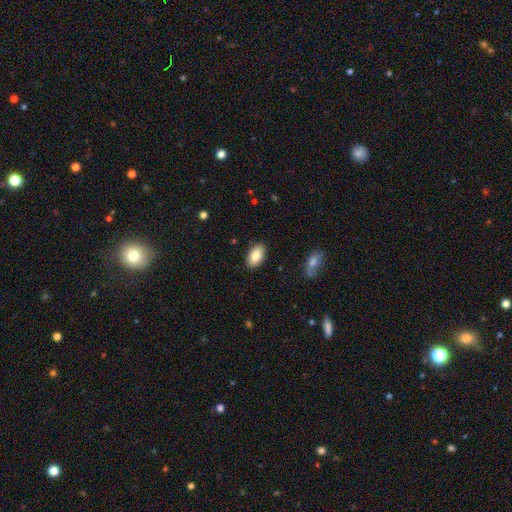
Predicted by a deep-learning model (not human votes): A smooth galaxy with no disk features (84%) that is in between round and cigar-shaped (94%).

Vote fractions:
- Smooth or featured? smooth: 84% / featured or disk: 9% / star or artifact: 6%
- How rounded? in between: 94% / round: 4% / cigar-shaped: 2%
- Merging? none: 89% / minor disturbance: 8% / major disturbance: 2% / merger: 1%